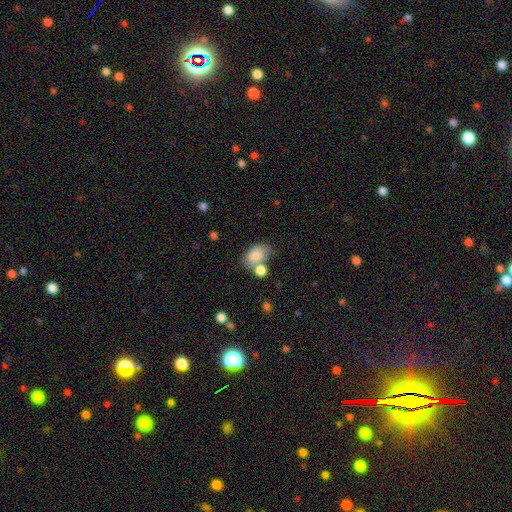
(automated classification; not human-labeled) The model was most divided on "merging": none: 45%, merger: 29%, minor disturbance: 18%, major disturbance: 7%. More confident: how rounded — in between (85%); smooth or featured — smooth (81%).